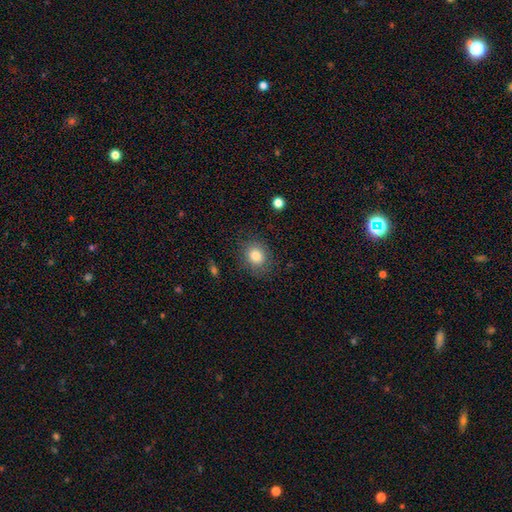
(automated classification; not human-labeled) Morphology: type=smooth (81%); roundness=round (65%); merging=none (80%).